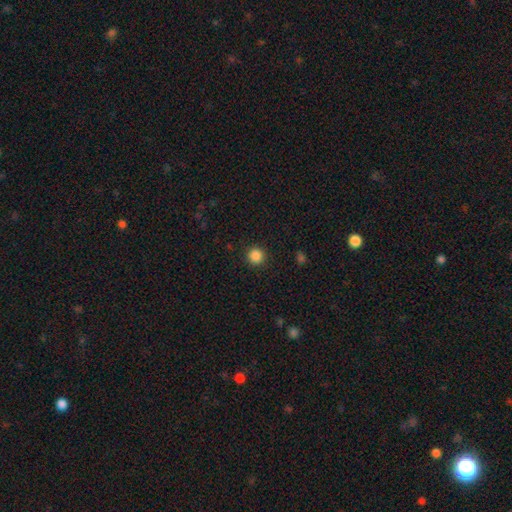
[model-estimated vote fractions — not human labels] Smooth or featured? Predicted: smooth (p=0.86). How rounded? Predicted: round (p=0.95). Merging? Predicted: none (p=0.92).